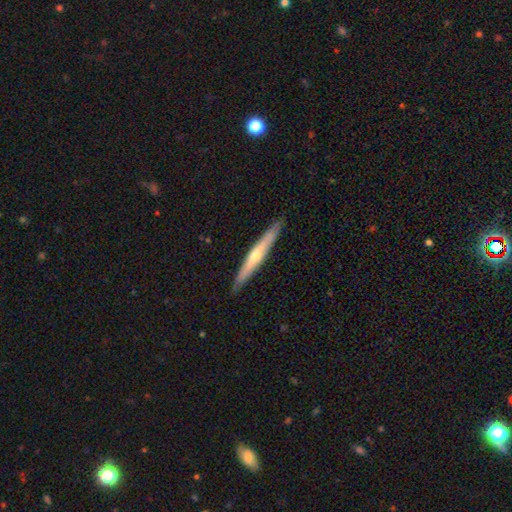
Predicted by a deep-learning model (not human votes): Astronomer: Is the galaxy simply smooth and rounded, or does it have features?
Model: featured or disk — 61%.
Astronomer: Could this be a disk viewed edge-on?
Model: yes — 95%.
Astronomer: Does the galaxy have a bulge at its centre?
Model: rounded — 76%.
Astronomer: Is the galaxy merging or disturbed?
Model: none — 91%.